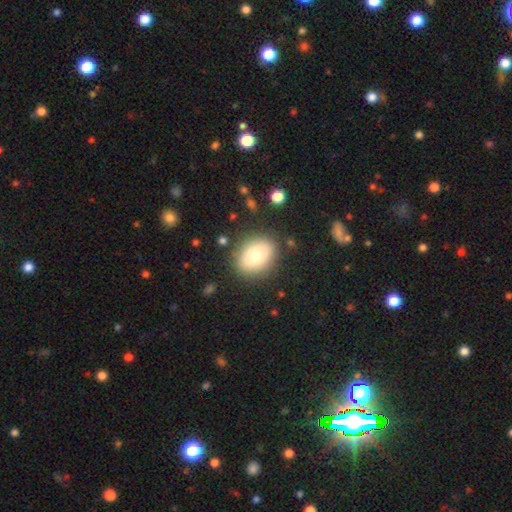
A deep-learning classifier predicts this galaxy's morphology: smooth-or-featured: smooth: 74% | featured or disk: 17% | star or artifact: 9%
  how-rounded: in between: 59% | round: 40% | cigar-shaped: 1%
  merging: none: 83% | minor disturbance: 11% | major disturbance: 4% | merger: 2%